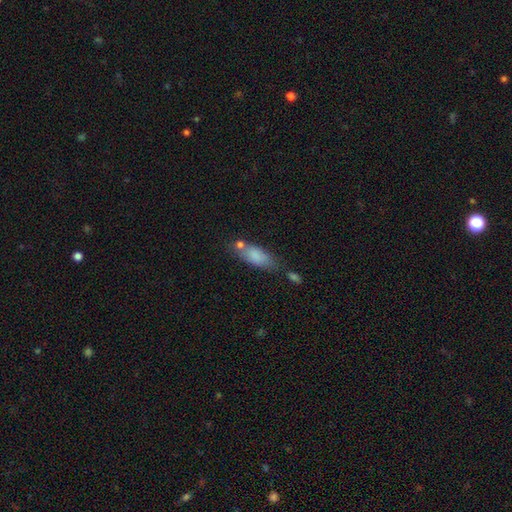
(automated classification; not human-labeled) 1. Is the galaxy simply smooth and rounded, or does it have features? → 81% smooth, 11% featured or disk, 8% star or artifact.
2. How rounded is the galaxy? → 74% in between, 23% cigar-shaped, 3% round.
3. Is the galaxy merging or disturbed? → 52% none, 22% minor disturbance, 18% merger, 8% major disturbance.